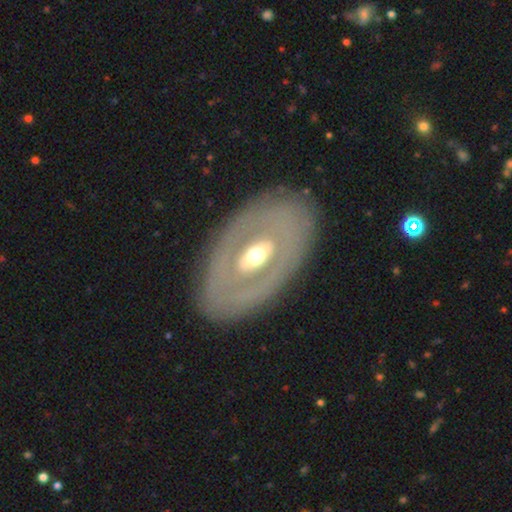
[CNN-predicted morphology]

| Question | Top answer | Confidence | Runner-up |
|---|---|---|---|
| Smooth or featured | featured or disk | 68% | smooth (27%) |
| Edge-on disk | no | 88% | yes (12%) |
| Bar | no | 53% | weak (24%) |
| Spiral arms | no | 84% | yes (16%) |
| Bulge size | moderate | 69% | small (16%) |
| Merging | none | 83% | minor disturbance (11%) |